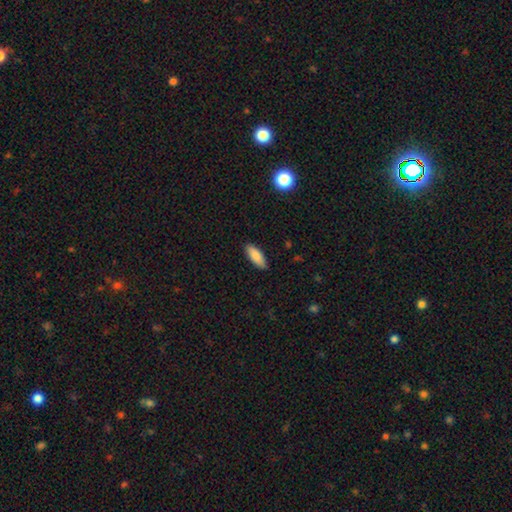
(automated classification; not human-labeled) Q: Smooth or featured?
A: smooth (85%); runner-up: featured or disk (8%)
Q: How rounded?
A: in between (72%); runner-up: cigar-shaped (26%)
Q: Merging?
A: none (88%); runner-up: minor disturbance (10%)